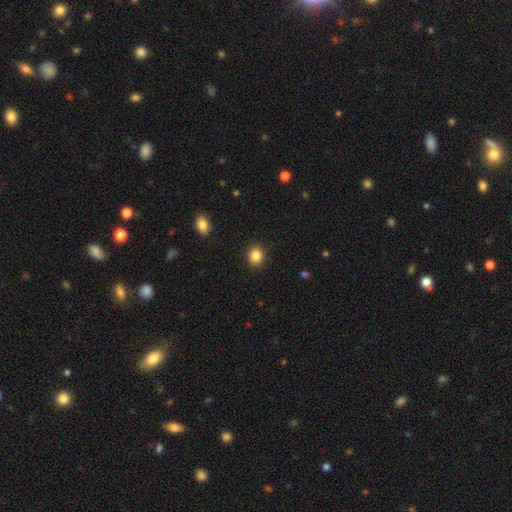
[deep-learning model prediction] Q: Smooth or featured?
A: smooth (86%); runner-up: star or artifact (10%)
Q: How rounded?
A: round (71%); runner-up: in between (28%)
Q: Merging?
A: none (90%); runner-up: minor disturbance (7%)